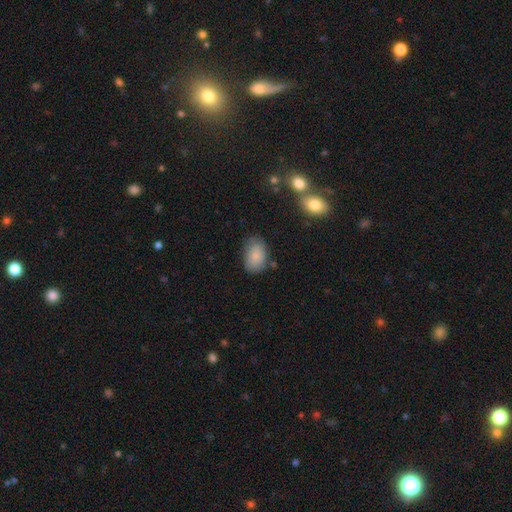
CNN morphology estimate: type=smooth (84%); roundness=in between (87%); merging=none (70%).